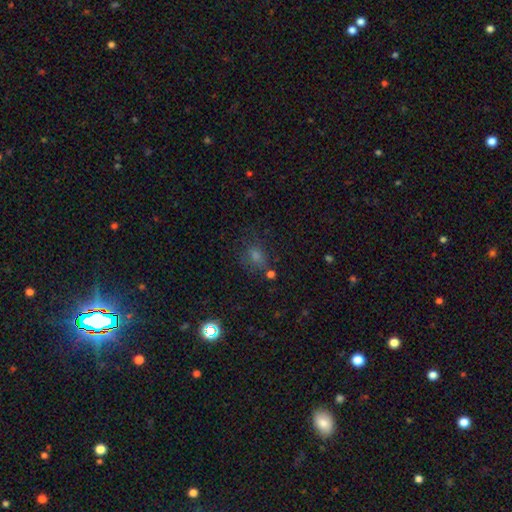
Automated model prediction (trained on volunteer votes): Q: Smooth or featured?
A: smooth (53%); runner-up: star or artifact (35%)
Q: How rounded?
A: round (63%); runner-up: in between (36%)
Q: Merging?
A: none (71%); runner-up: minor disturbance (16%)